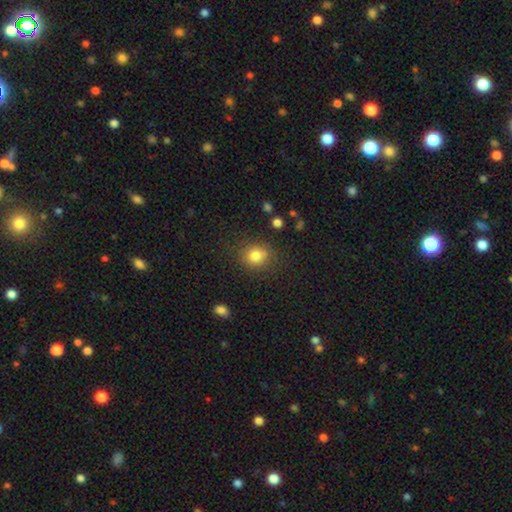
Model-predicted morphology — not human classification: This appears to be a smooth galaxy with no disk features (81%) that is round (76%). Merging: none (79%).